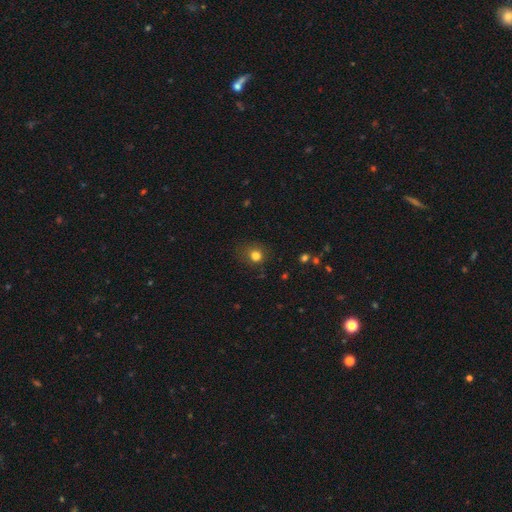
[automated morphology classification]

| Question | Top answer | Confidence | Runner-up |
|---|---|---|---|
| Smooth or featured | smooth | 80% | star or artifact (14%) |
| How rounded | round | 75% | in between (24%) |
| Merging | none | 73% | minor disturbance (18%) |